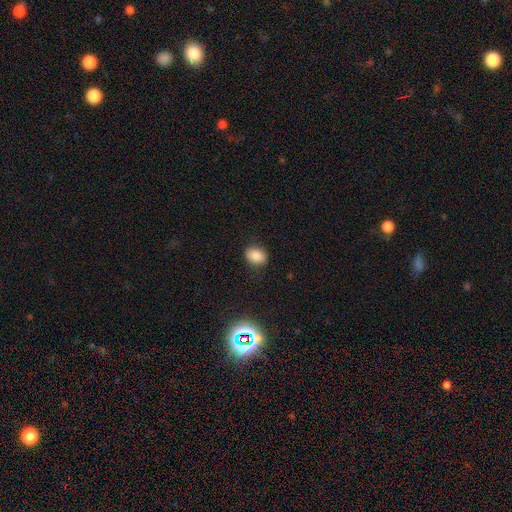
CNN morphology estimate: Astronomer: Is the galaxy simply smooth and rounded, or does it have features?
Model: smooth — 84%.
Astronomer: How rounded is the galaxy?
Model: in between — 64%.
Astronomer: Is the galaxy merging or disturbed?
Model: none — 84%.